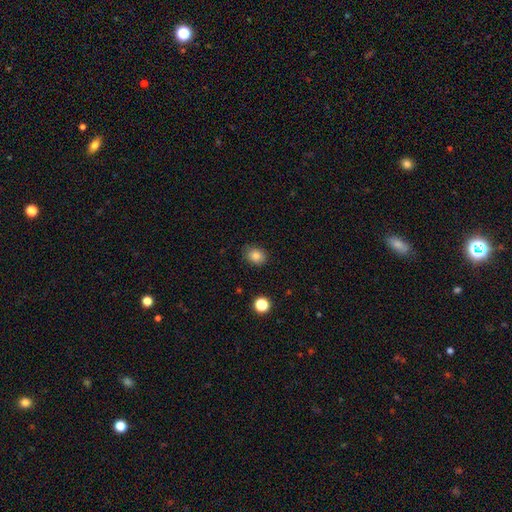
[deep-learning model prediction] Smooth or featured?
  - smooth: 83% *
  - star or artifact: 11%
  - featured or disk: 6%
How rounded?
  - in between: 50% * (tied)
  - round: 50% * (tied)
  - cigar-shaped: 1%
Merging?
  - none: 85% *
  - minor disturbance: 11%
  - major disturbance: 2%
  - merger: 1%